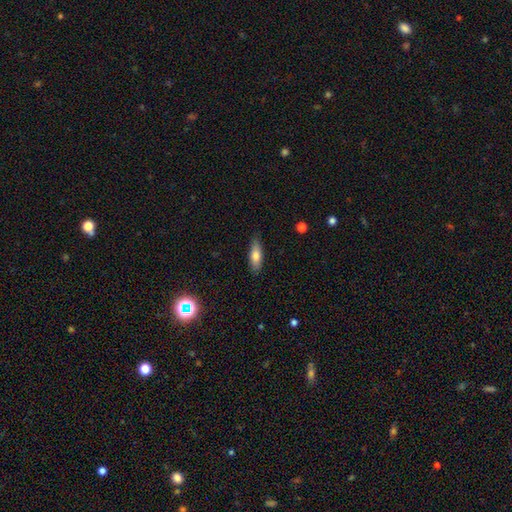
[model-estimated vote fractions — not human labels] Q: Smooth or featured?
A: smooth (73%); runner-up: featured or disk (19%)
Q: How rounded?
A: in between (60%); runner-up: cigar-shaped (38%)
Q: Merging?
A: none (83%); runner-up: minor disturbance (13%)